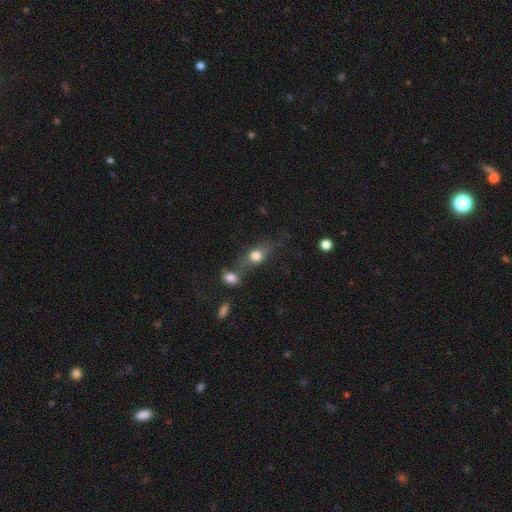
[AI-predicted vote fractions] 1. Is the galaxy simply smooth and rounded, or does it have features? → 71% smooth, 17% featured or disk, 12% star or artifact.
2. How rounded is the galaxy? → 55% in between, 36% round, 9% cigar-shaped.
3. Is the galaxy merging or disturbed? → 48% none, 27% merger, 16% minor disturbance, 9% major disturbance.